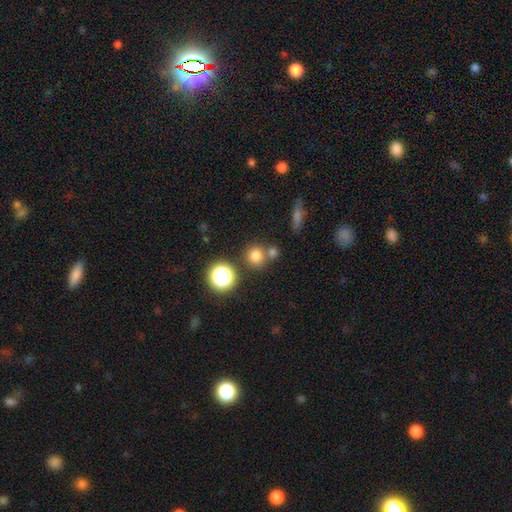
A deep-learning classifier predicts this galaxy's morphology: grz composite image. It shows a smooth galaxy with no disk features (75%) that is round (89%). Merging: none (69%).